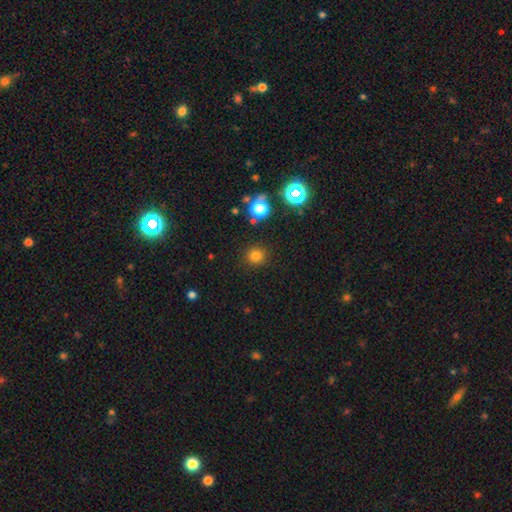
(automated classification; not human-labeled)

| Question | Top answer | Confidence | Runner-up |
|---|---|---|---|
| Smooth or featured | smooth | 76% | star or artifact (18%) |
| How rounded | round | 91% | in between (8%) |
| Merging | none | 89% | minor disturbance (6%) |